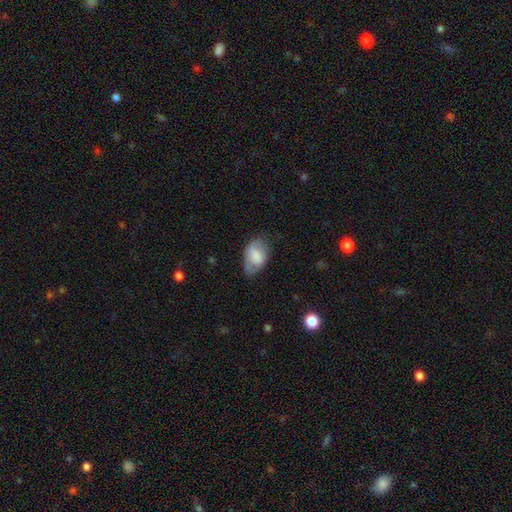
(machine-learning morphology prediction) type=smooth (65%); roundness=in between (90%); merging=none (54%).